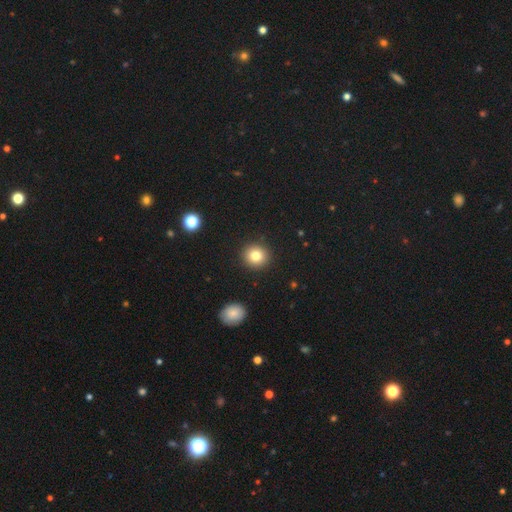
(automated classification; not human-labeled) smooth-or-featured: smooth: 82% | star or artifact: 11% | featured or disk: 8%
  how-rounded: round: 88% | in between: 11% | cigar-shaped: 1%
  merging: none: 91% | minor disturbance: 5% | major disturbance: 2% | merger: 1%